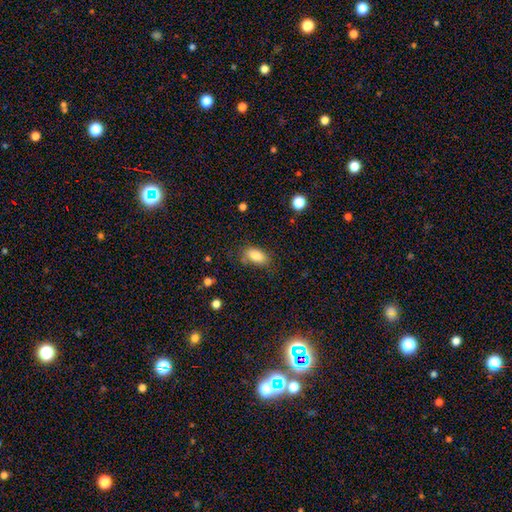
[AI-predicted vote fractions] Smooth or featured?
  - smooth: 85% *
  - star or artifact: 8%
  - featured or disk: 7%
How rounded?
  - in between: 91% *
  - cigar-shaped: 5%
  - round: 5%
Merging?
  - none: 72% *
  - minor disturbance: 19%
  - major disturbance: 5%
  - merger: 4%